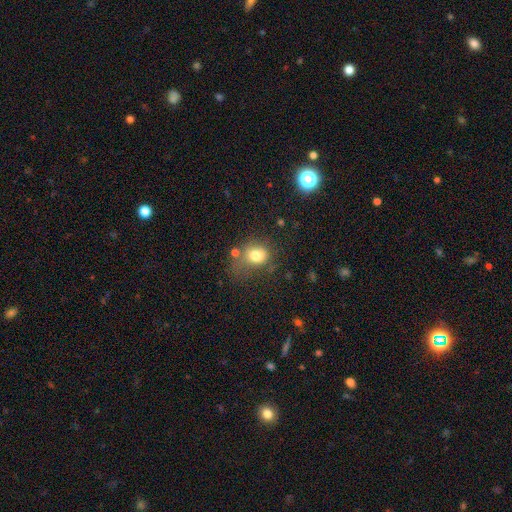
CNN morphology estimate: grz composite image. It shows a smooth galaxy with no disk features (75%) that is round (58%). Merging: none (40%).